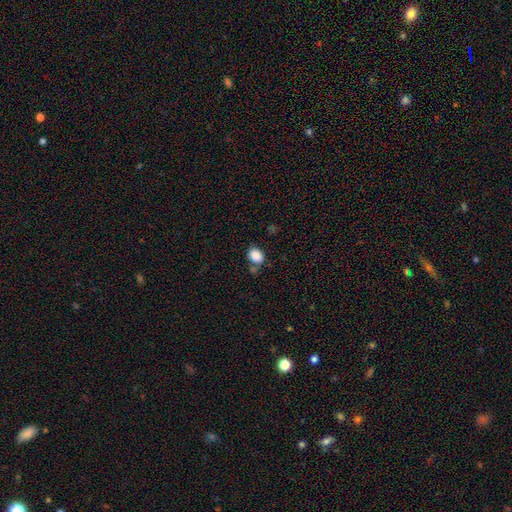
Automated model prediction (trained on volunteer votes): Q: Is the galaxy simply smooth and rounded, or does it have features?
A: smooth — 86%.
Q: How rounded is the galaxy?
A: in between — 56%.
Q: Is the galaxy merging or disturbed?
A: none — 66%.